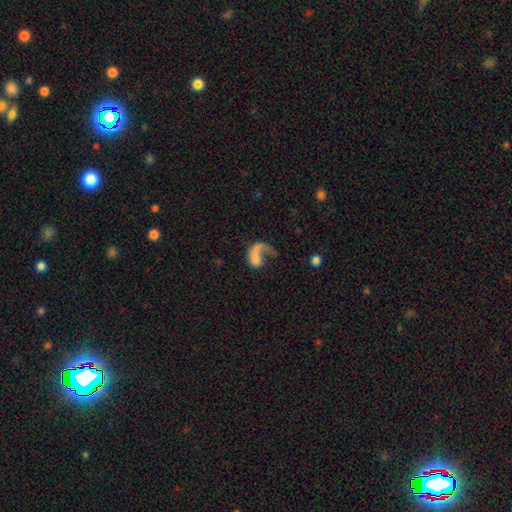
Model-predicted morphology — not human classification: Smooth or featured: featured or disk — 49% (smooth — 41%)
Merging: major disturbance — 55% (none — 23%)